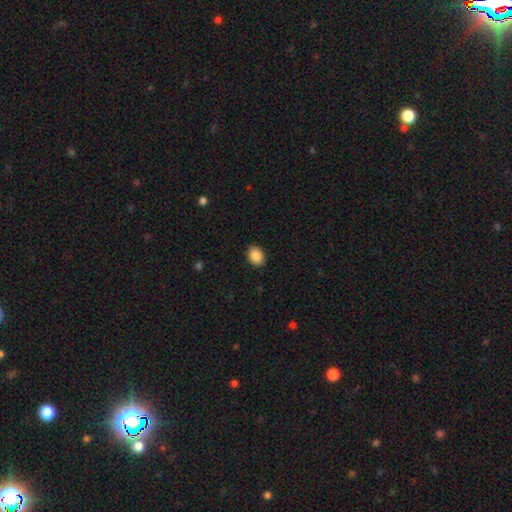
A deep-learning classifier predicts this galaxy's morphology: Q: Smooth or featured?
A: smooth (88%); runner-up: star or artifact (8%)
Q: How rounded?
A: in between (65%); runner-up: round (34%)
Q: Merging?
A: none (90%); runner-up: minor disturbance (7%)